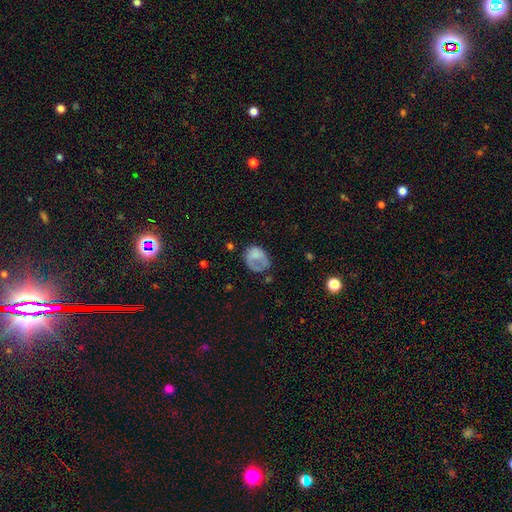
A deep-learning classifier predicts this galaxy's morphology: Smooth or featured? Predicted: smooth (p=0.68). How rounded? Predicted: in between (p=0.50). Merging? Predicted: none (p=0.37).